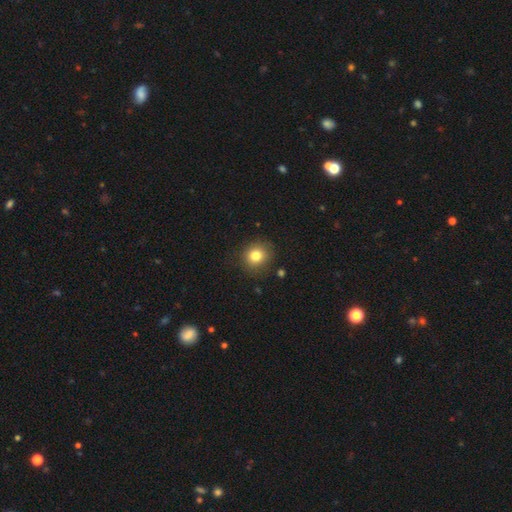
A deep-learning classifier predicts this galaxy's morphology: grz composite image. It shows a smooth galaxy with no disk features (81%) that is round (85%). Merging: none (86%).